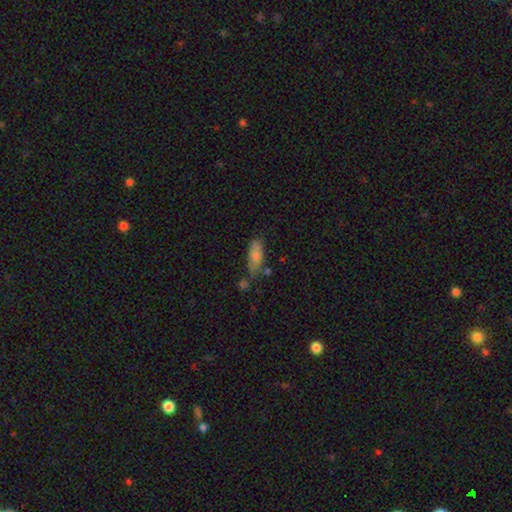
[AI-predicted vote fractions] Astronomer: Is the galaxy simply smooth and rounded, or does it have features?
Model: smooth — 74%.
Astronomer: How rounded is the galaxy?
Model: in between — 67%.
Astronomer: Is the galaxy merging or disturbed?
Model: none — 59%.